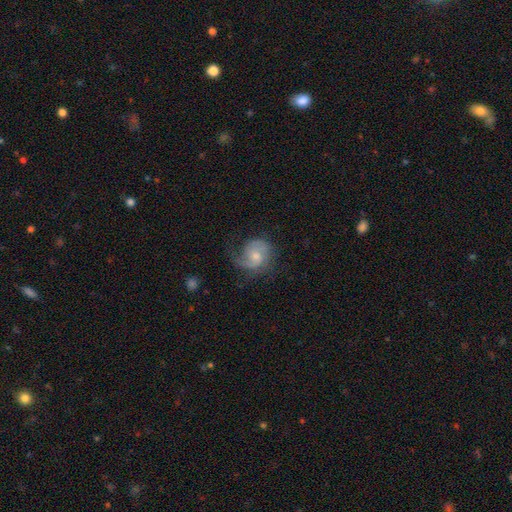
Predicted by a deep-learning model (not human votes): smooth_or_featured: featured or disk (p=0.71) [alt: smooth p=0.23]
disk_edge_on: no (p=0.98) [alt: yes p=0.02]
bar: no (p=0.59) [alt: weak p=0.36]
has_spiral_arms: yes (p=0.93) [alt: no p=0.07]
spiral_winding: medium (p=0.45) [alt: loose p=0.32]
spiral_arm_count: 2 (p=0.60) [alt: 1 p=0.26]
bulge_size: moderate (p=0.48) [alt: small p=0.40]
merging: none (p=0.54) [alt: minor disturbance p=0.24]